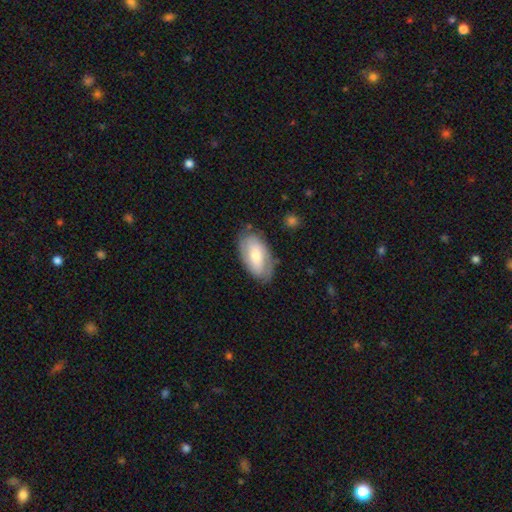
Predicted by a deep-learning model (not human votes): Smooth or featured? smooth (52%)
How rounded? in between (93%)
Merging? none (76%)